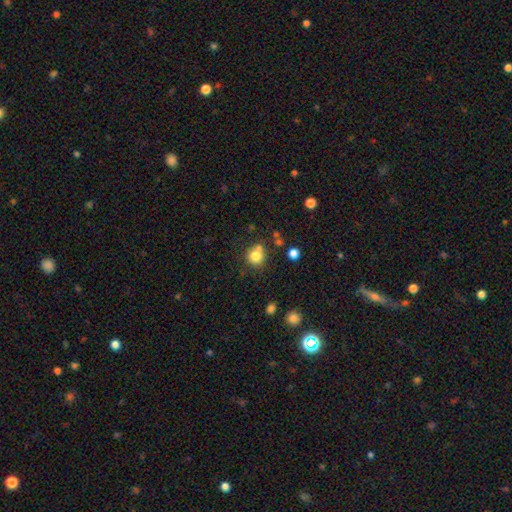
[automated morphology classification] type=smooth (80%); roundness=round (88%); merging=none (64%).